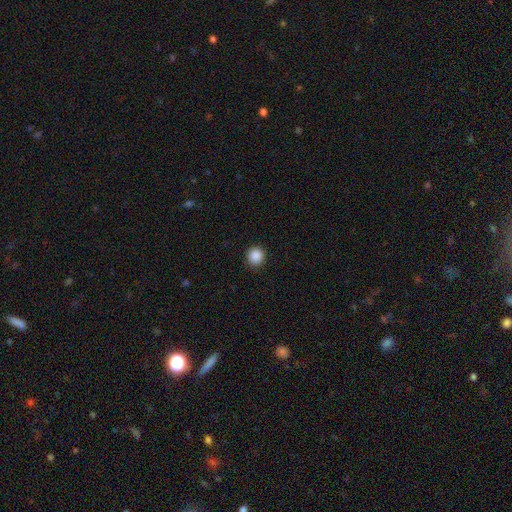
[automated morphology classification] This is clearly a smooth galaxy (88%). How rounded: clearly round (94%). Merging: clearly none (92%).